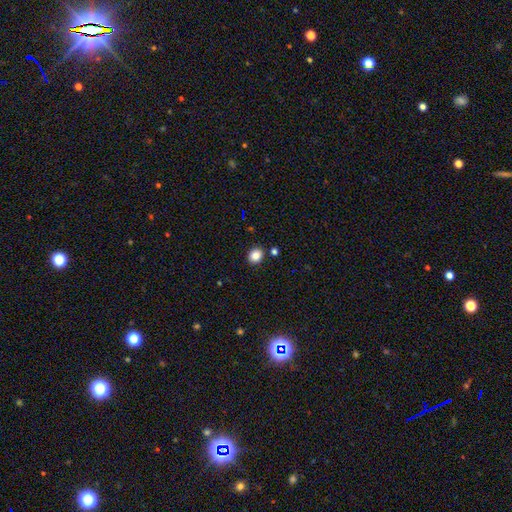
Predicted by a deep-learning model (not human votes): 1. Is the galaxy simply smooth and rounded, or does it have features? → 85% smooth, 11% star or artifact, 5% featured or disk.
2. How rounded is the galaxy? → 65% round, 34% in between, 1% cigar-shaped.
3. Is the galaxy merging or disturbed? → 86% none, 7% minor disturbance, 4% merger, 2% major disturbance.